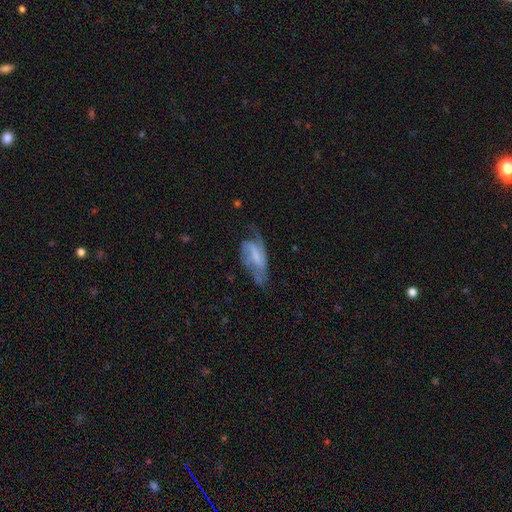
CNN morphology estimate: Q: Smooth or featured?
A: featured or disk (67%); runner-up: smooth (26%)
Q: Edge-on disk?
A: no (92%); runner-up: yes (8%)
Q: Bar?
A: weak (42%); runner-up: strong (31%)
Q: Spiral arms?
A: yes (84%); runner-up: no (16%)
Q: Spiral winding?
A: medium (42%); runner-up: loose (36%)
Q: Spiral arm count?
A: 2 (56%); runner-up: 1 (24%)
Q: Bulge size?
A: none (38%); runner-up: small (35%)
Q: Merging?
A: none (41%); runner-up: major disturbance (30%)